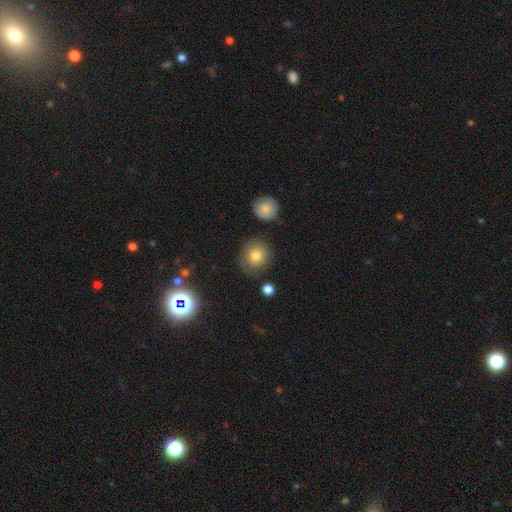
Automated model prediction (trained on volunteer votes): This is likely a smooth galaxy (73%). How rounded: clearly round (83%). Merging: likely none (69%).